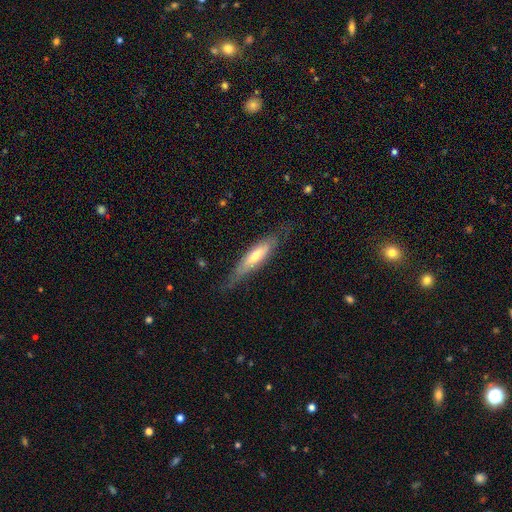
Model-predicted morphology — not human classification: smooth-or-featured: featured or disk: 50% | smooth: 44% | star or artifact: 6%
  disk-edge-on: yes: 64% | no: 36%
  merging: none: 70% | minor disturbance: 21% | major disturbance: 7% | merger: 1%